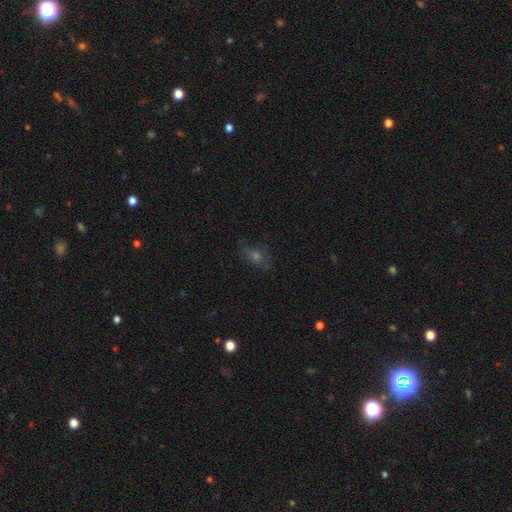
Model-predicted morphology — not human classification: This appears to be a smooth galaxy with no disk features (42%). Merging: none (69%).